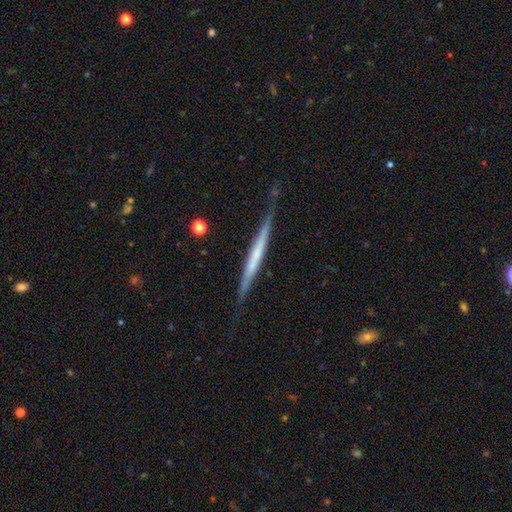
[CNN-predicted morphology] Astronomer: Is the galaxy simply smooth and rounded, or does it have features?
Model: featured or disk — 63%.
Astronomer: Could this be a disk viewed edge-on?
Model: yes — 96%.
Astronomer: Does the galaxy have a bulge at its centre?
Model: none — 75%.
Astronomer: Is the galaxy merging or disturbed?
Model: none — 78%.